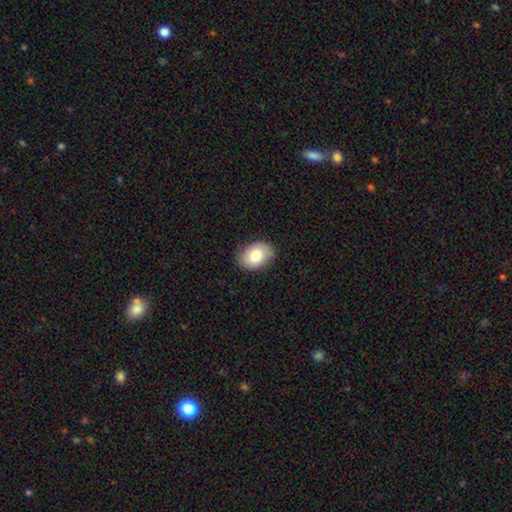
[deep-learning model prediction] Morphology: type=smooth (81%); roundness=in between (81%); merging=none (84%).